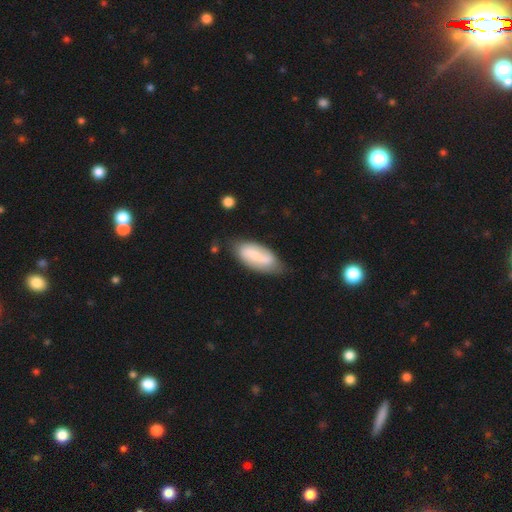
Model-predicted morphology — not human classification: This appears to be a featured or disk galaxy (52%). Merging: none (72%).